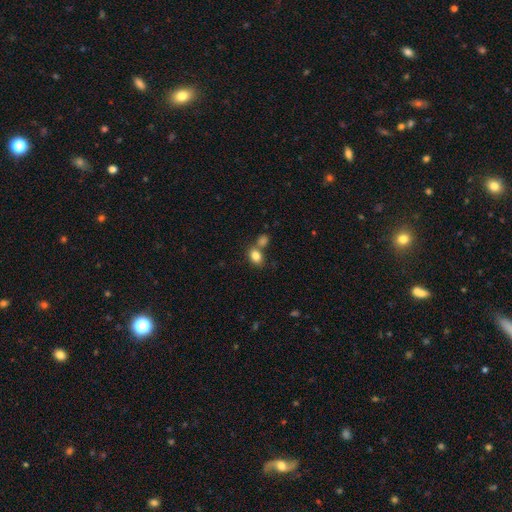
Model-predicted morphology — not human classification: Overall: smooth (82%). How rounded: in between (71%). Merging: none (51%; merger 34%).